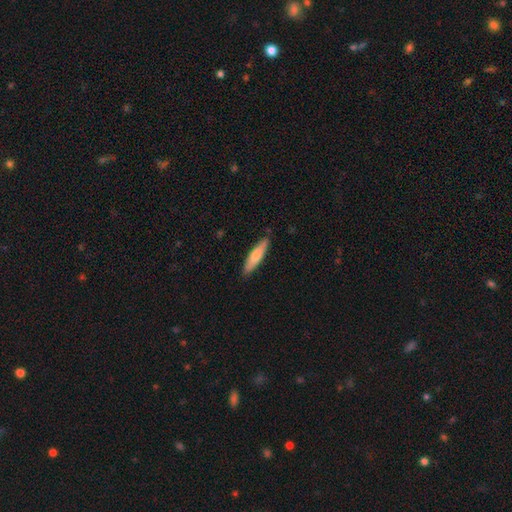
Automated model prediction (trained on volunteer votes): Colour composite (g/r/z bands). It shows a smooth galaxy with no disk features (70%) that is cigar-shaped (77%). Merging: none (86%).